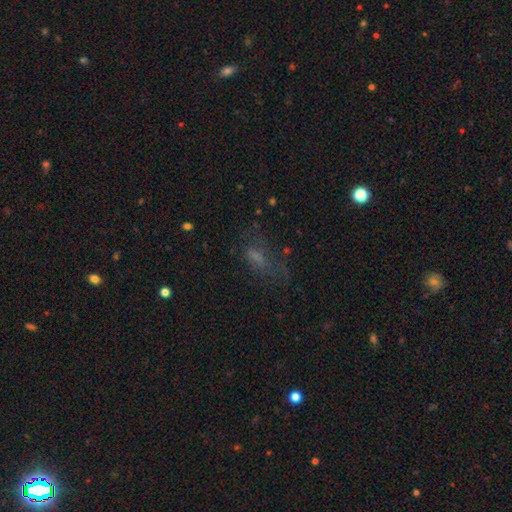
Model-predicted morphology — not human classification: Smooth or featured? smooth (49%)
Merging? none (46%)